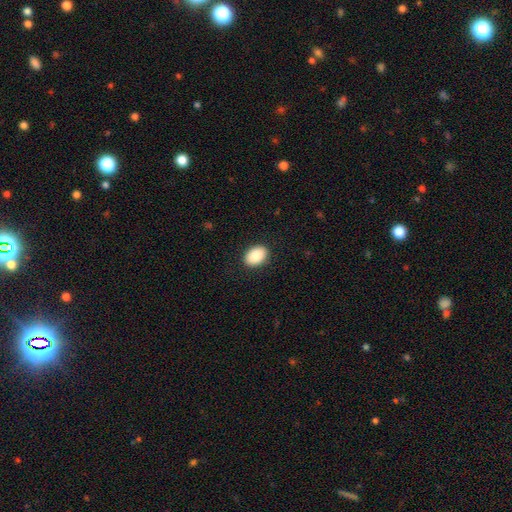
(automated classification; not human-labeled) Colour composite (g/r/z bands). It shows a smooth galaxy with no disk features (90%) that is in between round and cigar-shaped (85%). Merging: none (90%).